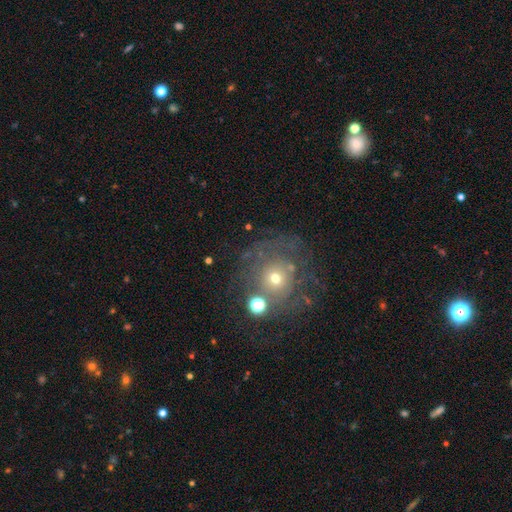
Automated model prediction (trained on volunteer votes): Q: Smooth or featured?
A: featured or disk (44%); runner-up: smooth (28%)
Q: Merging?
A: none (70%); runner-up: minor disturbance (13%)